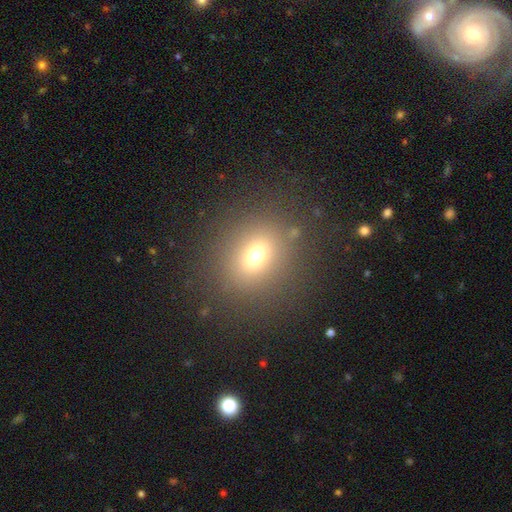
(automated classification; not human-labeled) The model was most divided on "how rounded": round: 73%, in between: 26%, cigar-shaped: 1%. More confident: merging — none (84%); smooth or featured — smooth (68%).